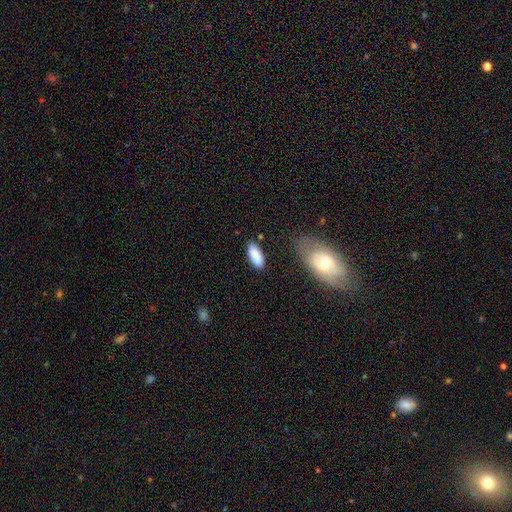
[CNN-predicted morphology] smooth-or-featured: smooth: 87% | featured or disk: 7% | star or artifact: 6%
  how-rounded: in between: 73% | cigar-shaped: 26% | round: 2%
  merging: none: 78% | minor disturbance: 15% | major disturbance: 4% | merger: 3%